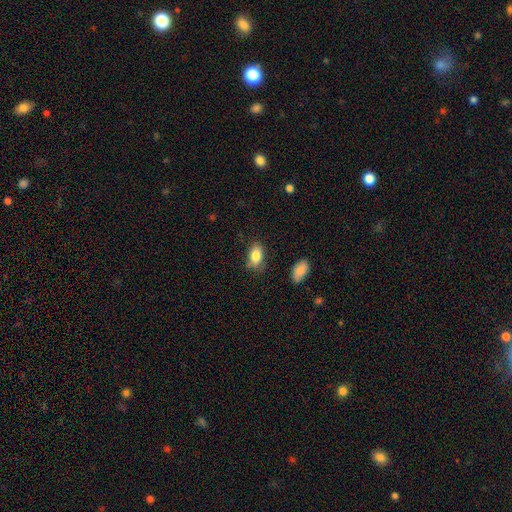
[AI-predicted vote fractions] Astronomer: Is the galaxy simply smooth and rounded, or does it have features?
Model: smooth — 84%.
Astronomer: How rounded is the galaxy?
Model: in between — 89%.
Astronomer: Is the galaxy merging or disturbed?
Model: none — 72%.